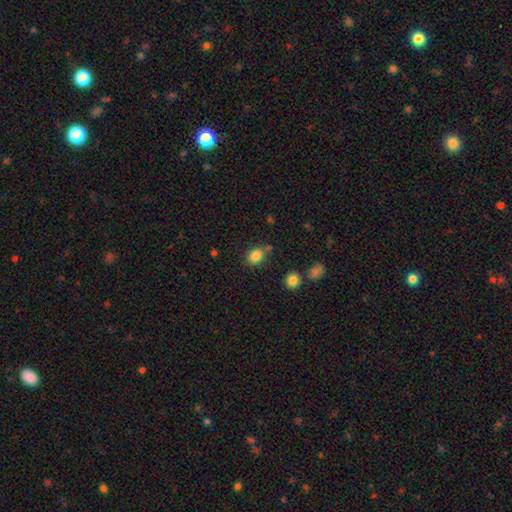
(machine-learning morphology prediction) type=smooth (84%); roundness=in between (52%); merging=none (71%).